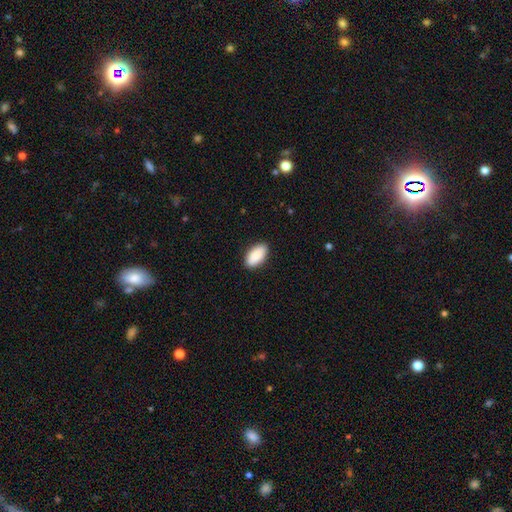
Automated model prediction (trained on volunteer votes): Morphology: type=smooth (90%); roundness=in between (94%); merging=none (88%).